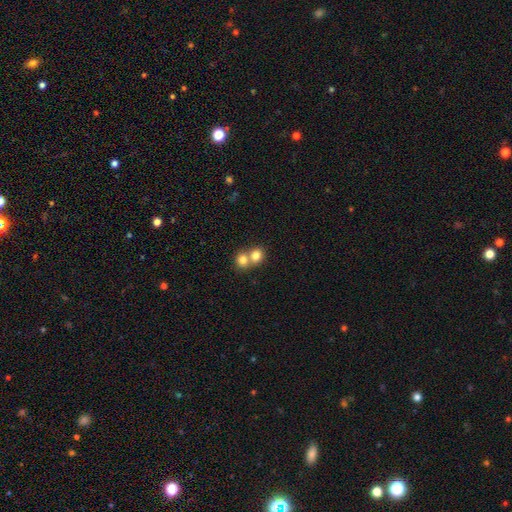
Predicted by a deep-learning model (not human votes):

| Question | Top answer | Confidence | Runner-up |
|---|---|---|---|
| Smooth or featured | smooth | 79% | featured or disk (11%) |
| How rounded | round | 76% | in between (23%) |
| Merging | merger | 62% | none (31%) |